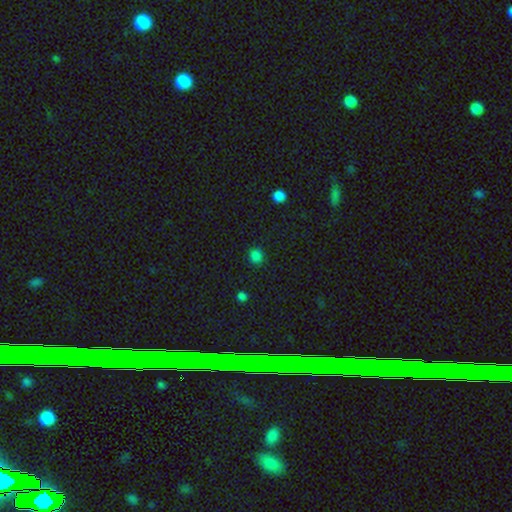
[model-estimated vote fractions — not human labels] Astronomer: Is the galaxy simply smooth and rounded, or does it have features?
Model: smooth — 81%.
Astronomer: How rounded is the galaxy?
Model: round — 81%.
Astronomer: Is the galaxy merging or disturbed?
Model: none — 88%.